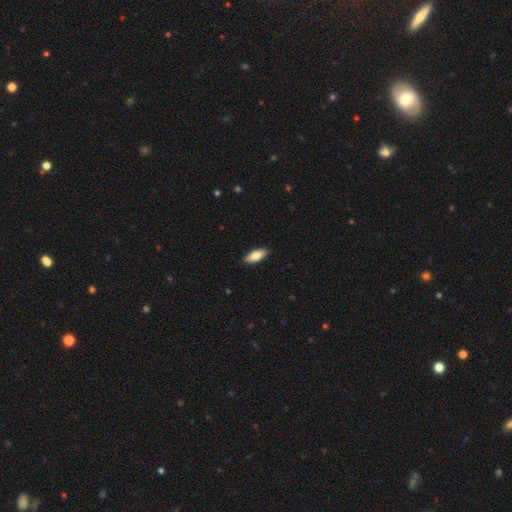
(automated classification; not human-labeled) The model was most divided on "how rounded": in between: 81%, cigar-shaped: 17%, round: 2%. More confident: merging — none (90%); smooth or featured — smooth (81%).